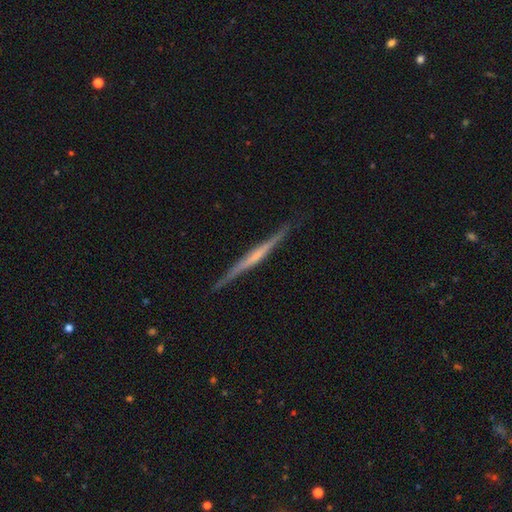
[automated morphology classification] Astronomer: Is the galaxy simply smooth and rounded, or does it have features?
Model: featured or disk — 75%.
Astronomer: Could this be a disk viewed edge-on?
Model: yes — 98%.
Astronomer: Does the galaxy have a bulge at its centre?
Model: none — 54%.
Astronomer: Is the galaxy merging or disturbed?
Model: none — 89%.